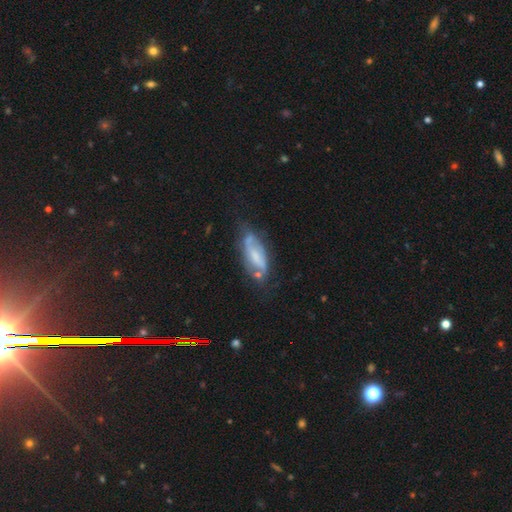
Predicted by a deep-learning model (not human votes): featured or disk 62%, smooth 30%, star or artifact 8%. Down the decision tree: edge-on disk — no (84%); bar — weak (39%, tied with no); spiral arms — yes (69%); bulge size — small (39%); merging — none (51%).